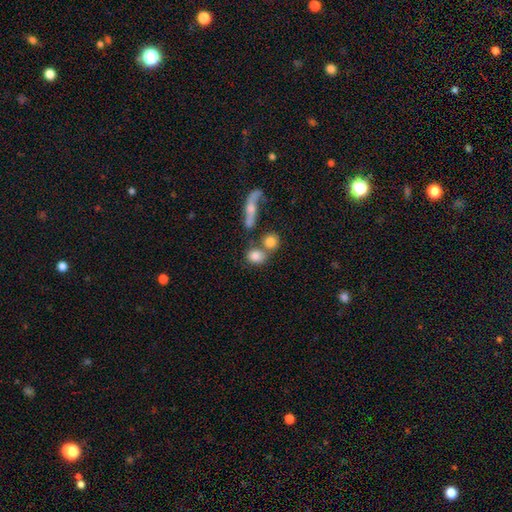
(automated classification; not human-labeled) This appears to be a smooth galaxy with no disk features (79%) that is round (56%). Merging: none (43%).